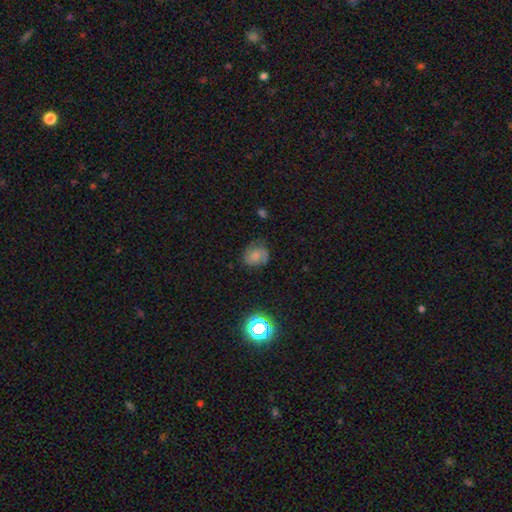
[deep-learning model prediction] Morphology: type=featured or disk (45%); merging=none (61%).